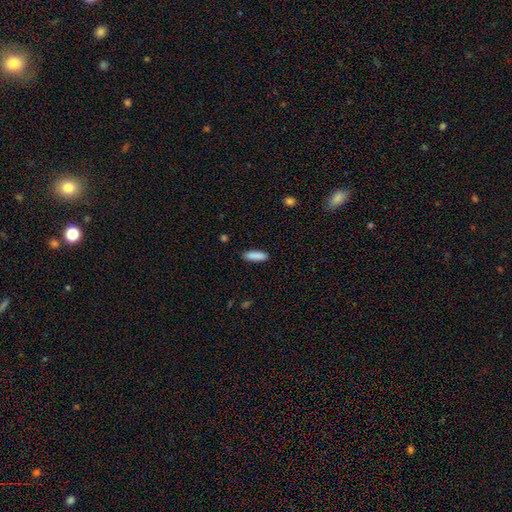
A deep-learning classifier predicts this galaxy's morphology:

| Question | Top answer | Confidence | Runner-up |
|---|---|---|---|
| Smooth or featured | smooth | 88% | star or artifact (6%) |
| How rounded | cigar-shaped | 56% | in between (42%) |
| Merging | none | 87% | minor disturbance (9%) |